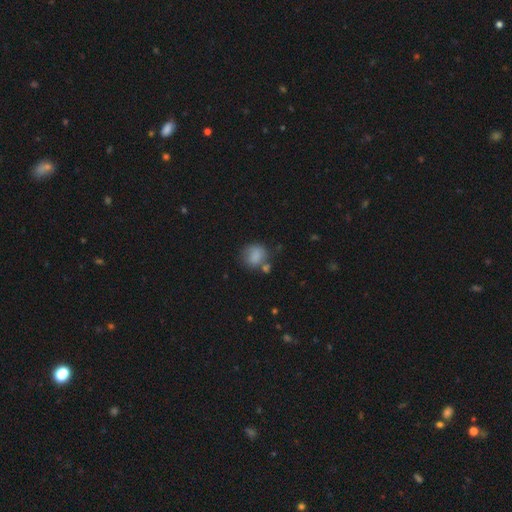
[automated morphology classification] Smooth or featured? Predicted: smooth (p=0.80). How rounded? Predicted: round (p=0.66). Merging? Predicted: none (p=0.55).